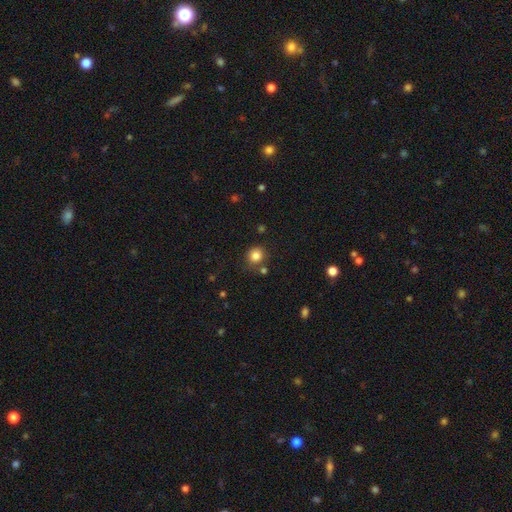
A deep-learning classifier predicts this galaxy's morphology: smooth 83%, star or artifact 12%, featured or disk 5%. Down the decision tree: how rounded — round (90%); merging — none (78%).